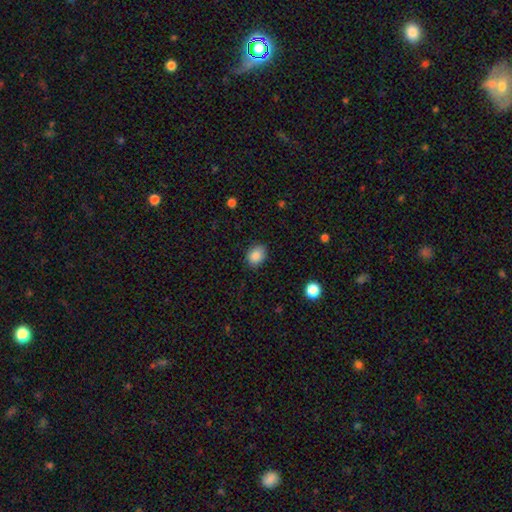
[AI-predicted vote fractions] smooth_or_featured: smooth (p=0.87) [alt: star or artifact p=0.09]
how_rounded: in between (p=0.59) [alt: round p=0.40]
merging: none (p=0.80) [alt: minor disturbance p=0.16]